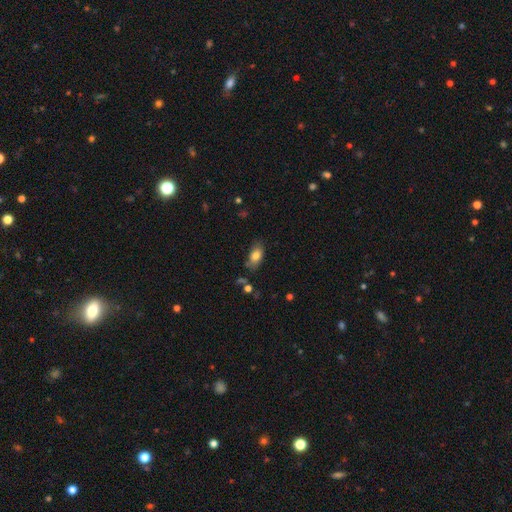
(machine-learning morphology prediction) smooth-or-featured: smooth: 79% | featured or disk: 13% | star or artifact: 8%
  how-rounded: in between: 89% | round: 6% | cigar-shaped: 5%
  merging: none: 72% | minor disturbance: 19% | major disturbance: 5% | merger: 4%